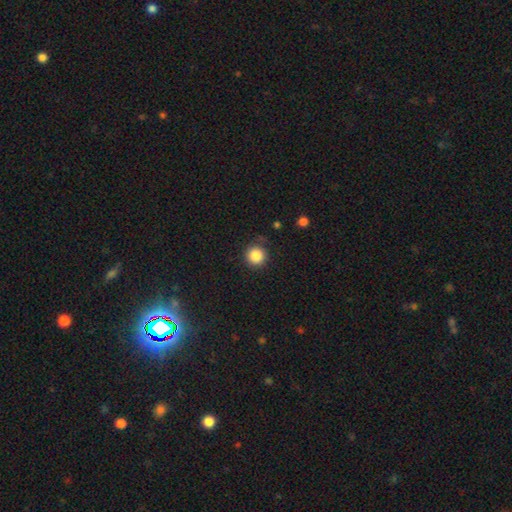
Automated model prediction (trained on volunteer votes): Smooth or featured: smooth — 86% (star or artifact — 10%)
How rounded: round — 95% (in between — 4%)
Merging: none — 85% (minor disturbance — 10%)